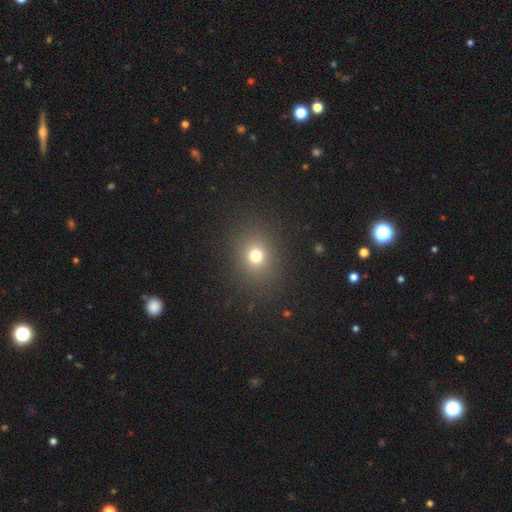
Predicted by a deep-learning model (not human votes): Smooth or featured: smooth — 73% (star or artifact — 18%)
How rounded: round — 71% (in between — 28%)
Merging: none — 88% (minor disturbance — 7%)